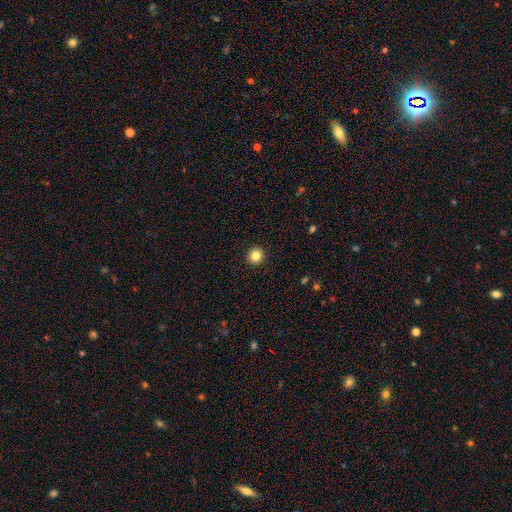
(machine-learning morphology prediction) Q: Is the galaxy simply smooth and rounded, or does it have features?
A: smooth — 85%.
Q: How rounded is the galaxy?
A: round — 91%.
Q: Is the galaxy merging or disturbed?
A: none — 93%.